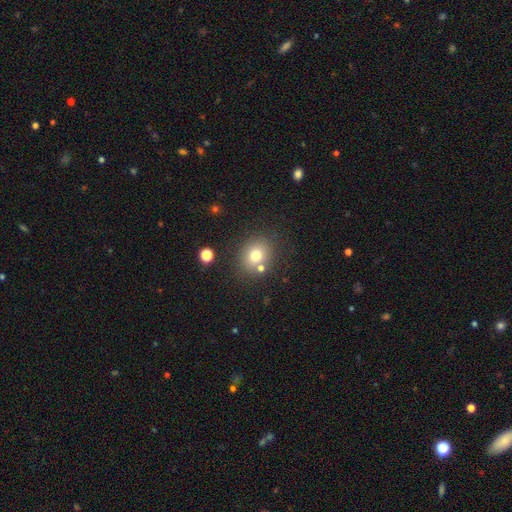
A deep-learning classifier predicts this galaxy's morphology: type=smooth (74%); roundness=round (71%); merging=none (75%).